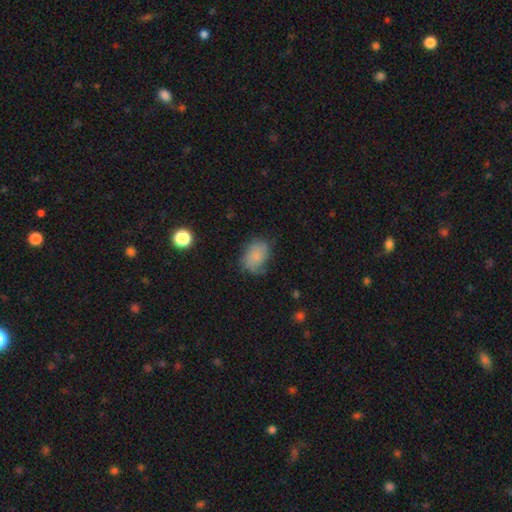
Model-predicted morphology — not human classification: Smooth or featured? smooth (70%)
How rounded? in between (74%)
Merging? none (52%)